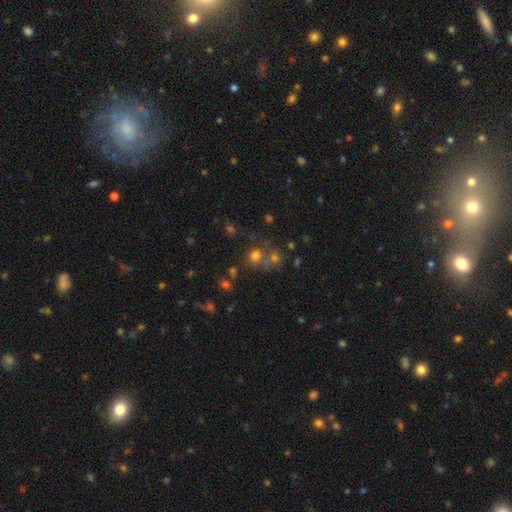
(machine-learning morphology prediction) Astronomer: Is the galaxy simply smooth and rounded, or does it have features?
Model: smooth — 66%.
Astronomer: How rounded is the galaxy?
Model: round — 71%.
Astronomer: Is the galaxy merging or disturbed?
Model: none — 50% (runner-up: merger, 32%).